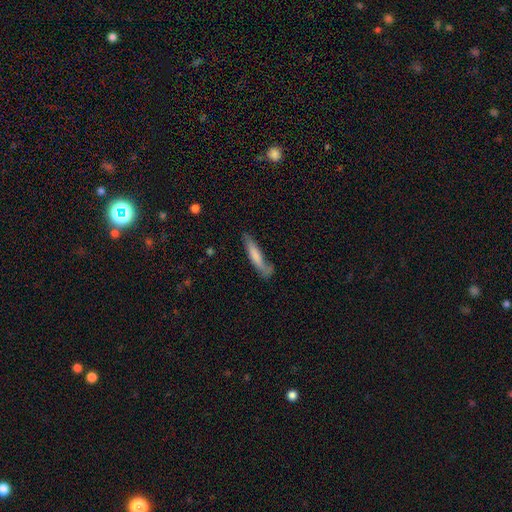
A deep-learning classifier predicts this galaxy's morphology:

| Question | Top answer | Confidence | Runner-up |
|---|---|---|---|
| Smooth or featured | smooth | 70% | featured or disk (24%) |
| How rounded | cigar-shaped | 87% | in between (12%) |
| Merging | none | 62% | minor disturbance (25%) |